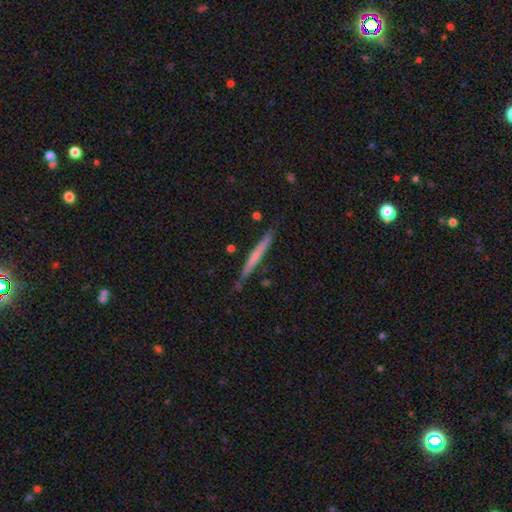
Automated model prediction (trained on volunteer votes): This appears to be a smooth galaxy with no disk features (51%) that is cigar-shaped (96%). Merging: none (83%).